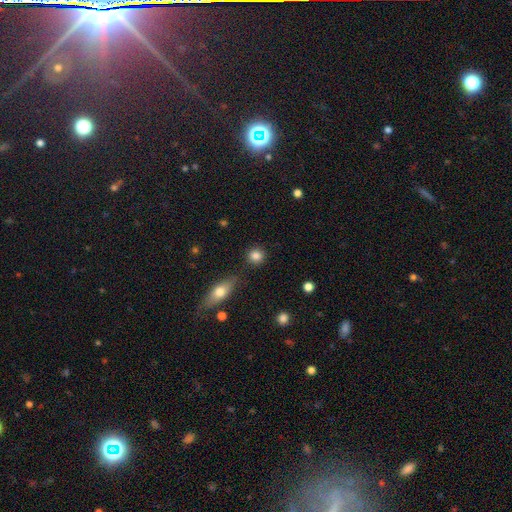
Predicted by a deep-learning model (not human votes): Smooth or featured: smooth — 85% (star or artifact — 9%)
How rounded: round — 88% (in between — 10%)
Merging: none — 86% (minor disturbance — 8%)